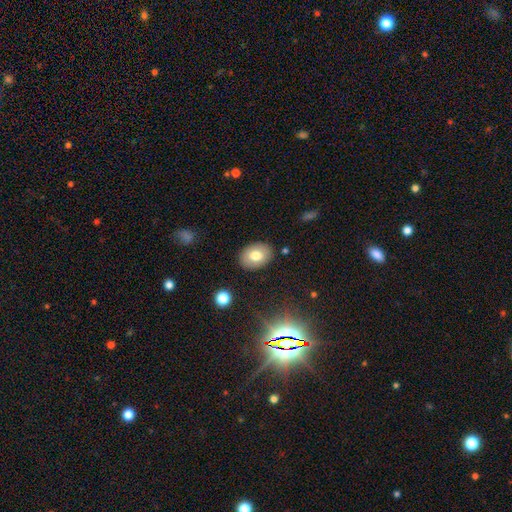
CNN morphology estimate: smooth 75%, featured or disk 17%, star or artifact 9%. Down the decision tree: how rounded — in between (74%); merging — none (87%).